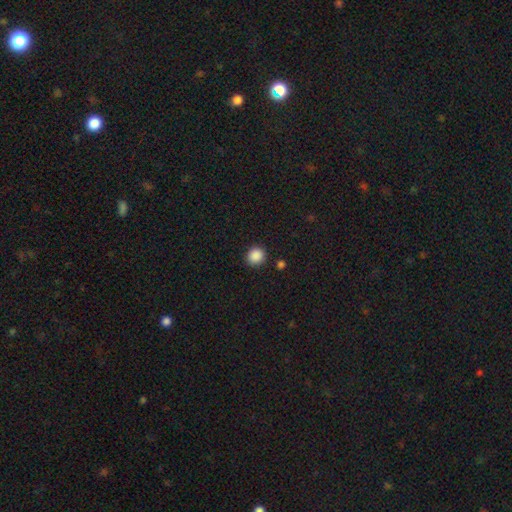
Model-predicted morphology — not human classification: This is clearly a smooth galaxy (88%). How rounded: clearly round (85%). Merging: clearly none (88%).